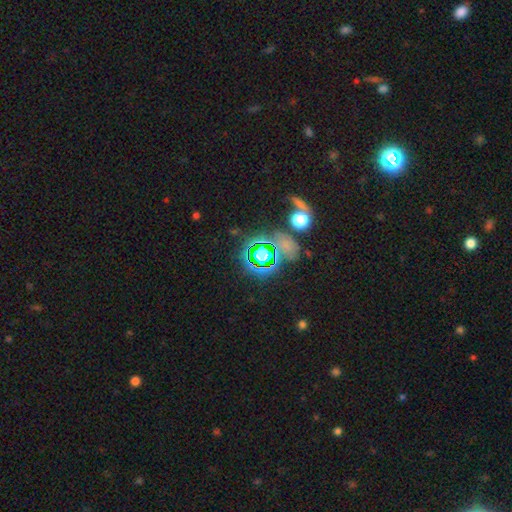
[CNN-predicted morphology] Smooth or featured: star or artifact — 66% (smooth — 22%)